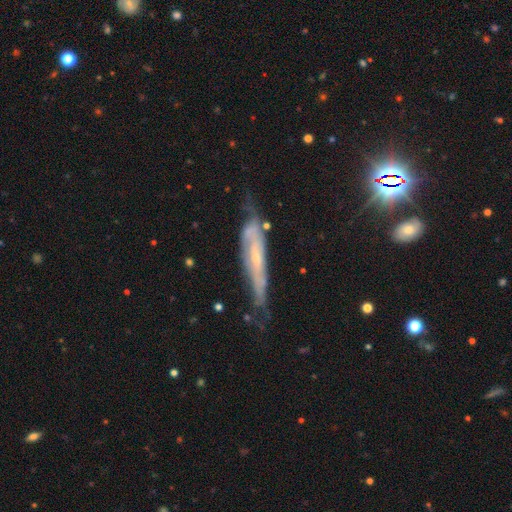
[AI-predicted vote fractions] Smooth or featured?
  - featured or disk: 73% *
  - smooth: 18%
  - star or artifact: 9%
Edge-on disk?
  - yes: 52% *
  - no: 48%
Merging?
  - none: 57% *
  - minor disturbance: 29%
  - major disturbance: 12%
  - merger: 3%